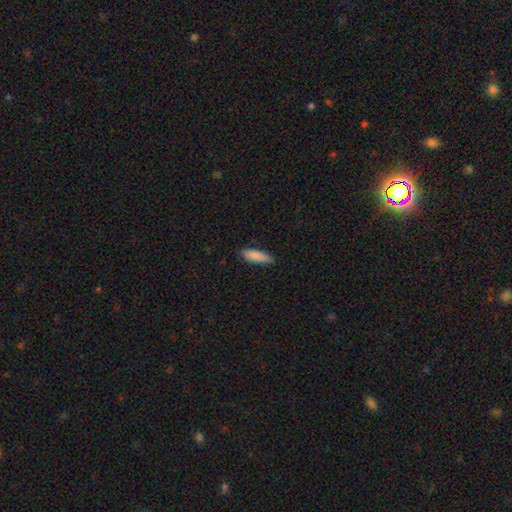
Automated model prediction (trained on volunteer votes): smooth-or-featured: smooth: 87% | featured or disk: 7% | star or artifact: 6%
  how-rounded: cigar-shaped: 57% | in between: 42% | round: 1%
  merging: none: 84% | minor disturbance: 12% | major disturbance: 2% | merger: 1%